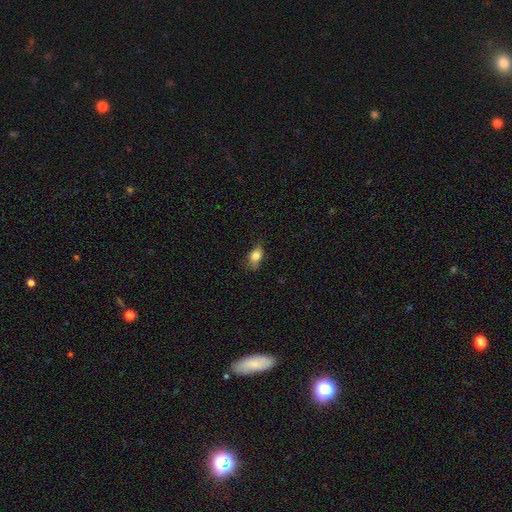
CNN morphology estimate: Overall: smooth (81%). How rounded: in between (79%). Merging: none (64%; minor disturbance 28%).